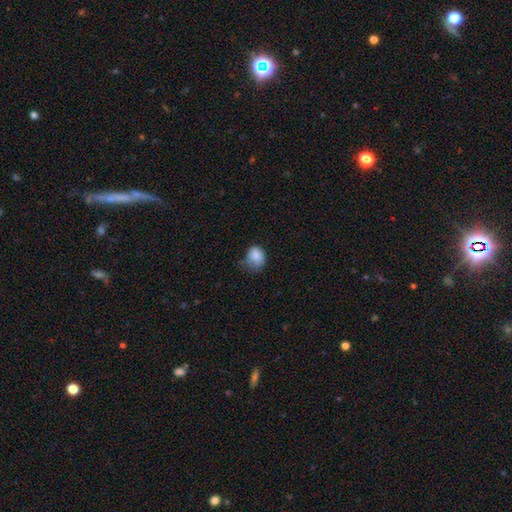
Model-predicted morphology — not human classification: smooth-or-featured: smooth: 86% | star or artifact: 8% | featured or disk: 6%
  how-rounded: round: 51% | in between: 49% | cigar-shaped: 1%
  merging: none: 43% | minor disturbance: 40% | major disturbance: 15% | merger: 2%